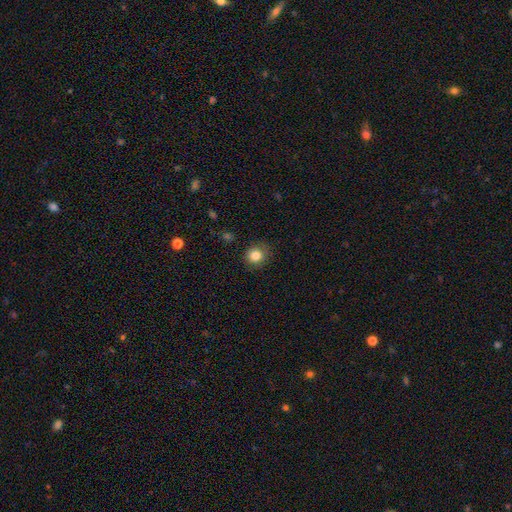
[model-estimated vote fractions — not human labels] smooth-or-featured: smooth: 83% | star or artifact: 10% | featured or disk: 6%
  how-rounded: round: 84% | in between: 15% | cigar-shaped: 1%
  merging: none: 84% | minor disturbance: 12% | major disturbance: 3% | merger: 1%